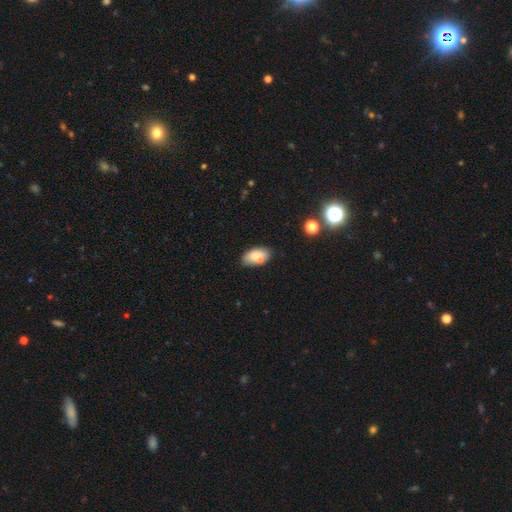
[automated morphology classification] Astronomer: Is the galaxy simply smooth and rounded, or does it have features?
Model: smooth — 76%.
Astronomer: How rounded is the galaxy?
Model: in between — 93%.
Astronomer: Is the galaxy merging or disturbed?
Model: none — 64%.